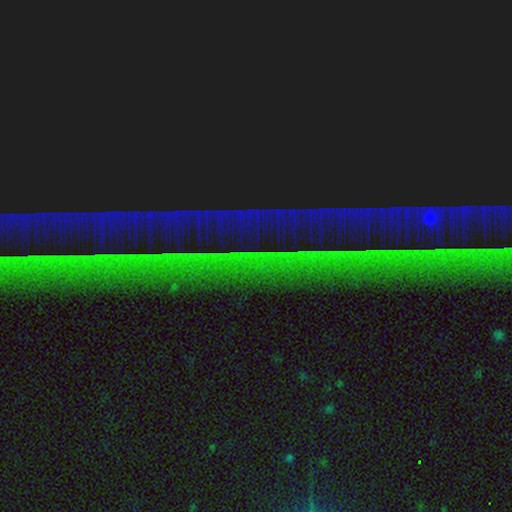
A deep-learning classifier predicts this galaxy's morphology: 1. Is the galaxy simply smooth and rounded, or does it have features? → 89% star or artifact, 6% featured or disk, 5% smooth.